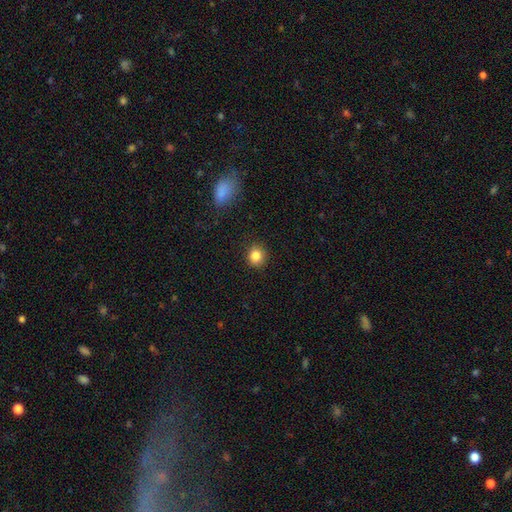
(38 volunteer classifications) Morphology: type=smooth (87%); roundness=round (85%); merging=none (88%).